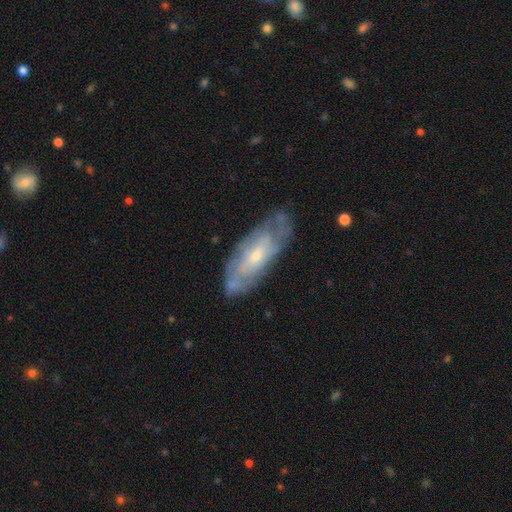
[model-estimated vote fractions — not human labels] smooth-or-featured: featured or disk: 67% | smooth: 26% | star or artifact: 6%
  disk-edge-on: no: 83% | yes: 17%
    bar: no: 66% | weak: 28% | strong: 6%
    has-spiral-arms: yes: 71% | no: 29%
    bulge-size: small: 59% | moderate: 36% | none: 2% | large: 2% | dominant: 1%
  merging: none: 71% | minor disturbance: 21% | major disturbance: 6% | merger: 2%